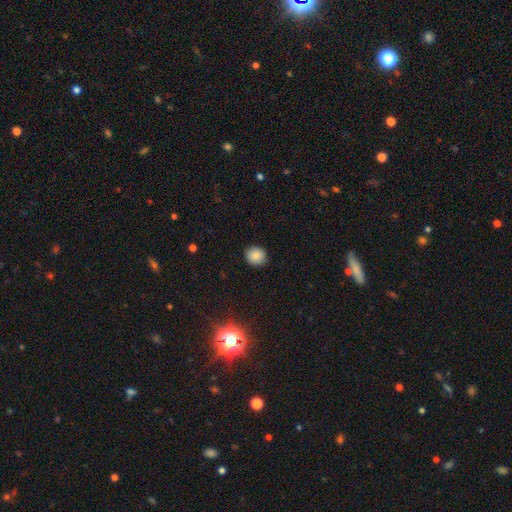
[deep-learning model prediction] Q: Smooth or featured?
A: smooth (85%); runner-up: star or artifact (10%)
Q: How rounded?
A: round (78%); runner-up: in between (21%)
Q: Merging?
A: none (90%); runner-up: minor disturbance (7%)